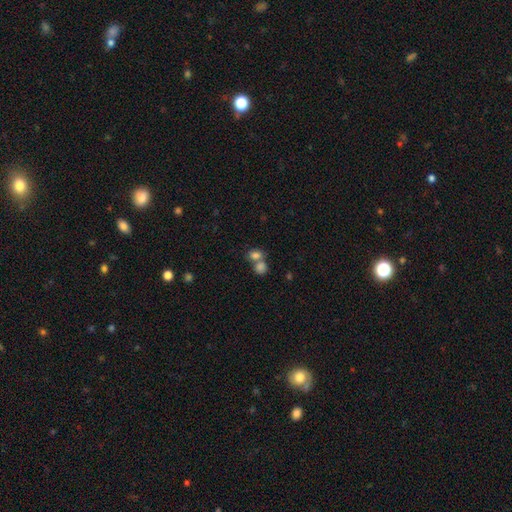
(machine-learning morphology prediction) Smooth or featured?
  - smooth: 80% *
  - star or artifact: 11%
  - featured or disk: 9%
How rounded?
  - in between: 55% *
  - round: 43%
  - cigar-shaped: 1%
Merging?
  - merger: 55% *
  - none: 34%
  - minor disturbance: 8%
  - major disturbance: 4%